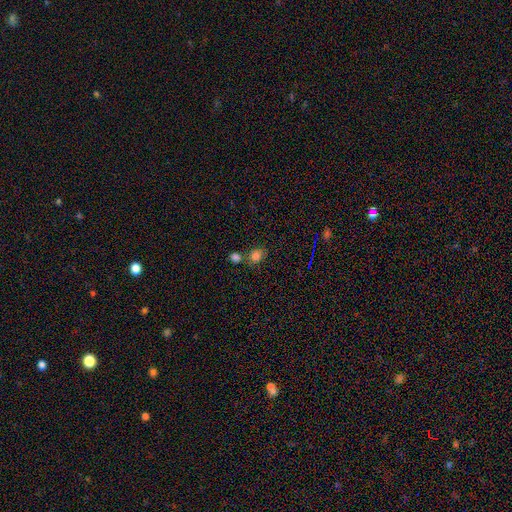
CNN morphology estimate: Q: Smooth or featured?
A: smooth (79%); runner-up: star or artifact (15%)
Q: How rounded?
A: round (58%); runner-up: in between (41%)
Q: Merging?
A: none (60%); runner-up: merger (24%)